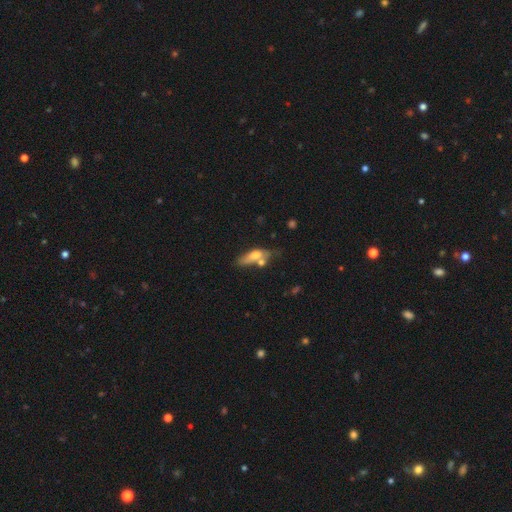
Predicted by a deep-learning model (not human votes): Smooth or featured? smooth (60%)
How rounded? in between (57%)
Merging? none (36%)